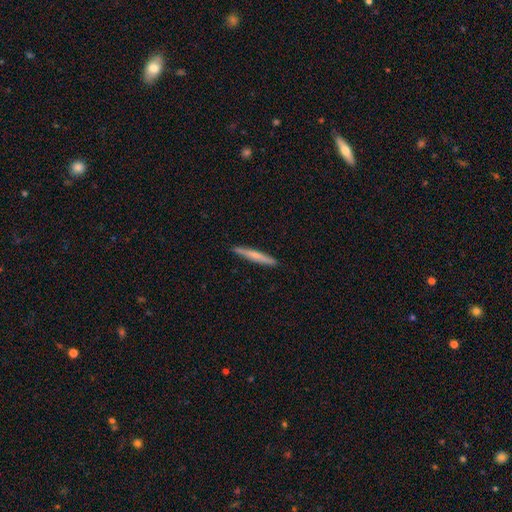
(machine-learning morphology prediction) smooth-or-featured: smooth: 59% | featured or disk: 35% | star or artifact: 5%
  how-rounded: cigar-shaped: 96% | in between: 3% | round: 1%
  merging: none: 91% | minor disturbance: 7% | major disturbance: 1% | merger: 1%